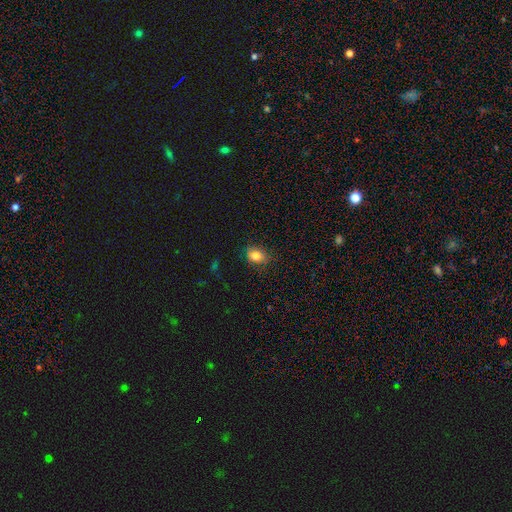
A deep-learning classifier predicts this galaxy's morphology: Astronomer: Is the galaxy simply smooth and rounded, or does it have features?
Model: smooth — 81%.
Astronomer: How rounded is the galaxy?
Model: in between — 66%.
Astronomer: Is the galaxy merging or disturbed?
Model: none — 75%.